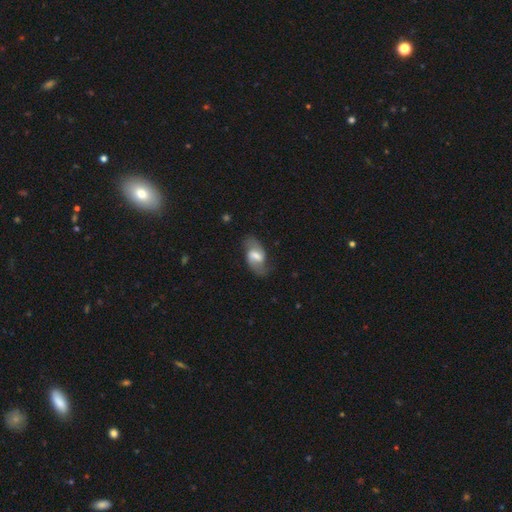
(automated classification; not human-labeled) Morphology: type=featured or disk (65%); edge-on=no (95%); bar=weak (50%); spiral arms=yes (85%); winding=loose (45%); arm count=2 (88%); bulge=moderate (45%); merging=none (75%).